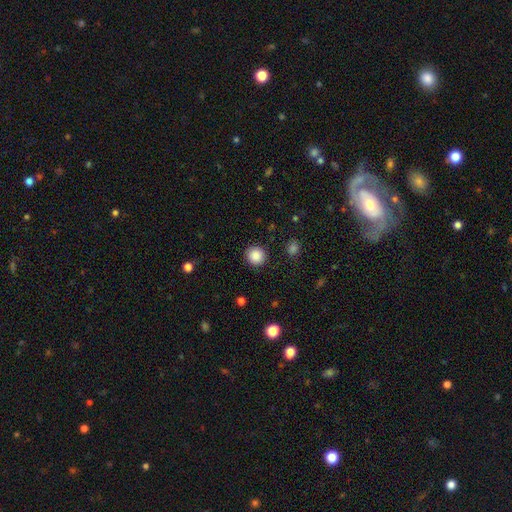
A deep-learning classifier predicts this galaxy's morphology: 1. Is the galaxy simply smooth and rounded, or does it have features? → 87% smooth, 9% star or artifact, 3% featured or disk.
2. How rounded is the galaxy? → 93% round, 7% in between, 1% cigar-shaped.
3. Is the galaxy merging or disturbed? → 91% none, 6% minor disturbance, 2% major disturbance, 1% merger.